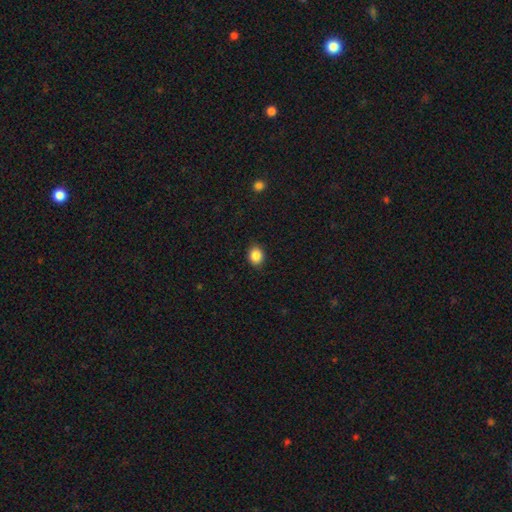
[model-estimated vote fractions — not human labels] A smooth galaxy with no disk features (87%) that is round (55%).

Vote fractions:
- Smooth or featured? smooth: 87% / star or artifact: 9% / featured or disk: 4%
- How rounded? round: 55% / in between: 44% / cigar-shaped: 1%
- Merging? none: 88% / minor disturbance: 9% / major disturbance: 2% / merger: 1%